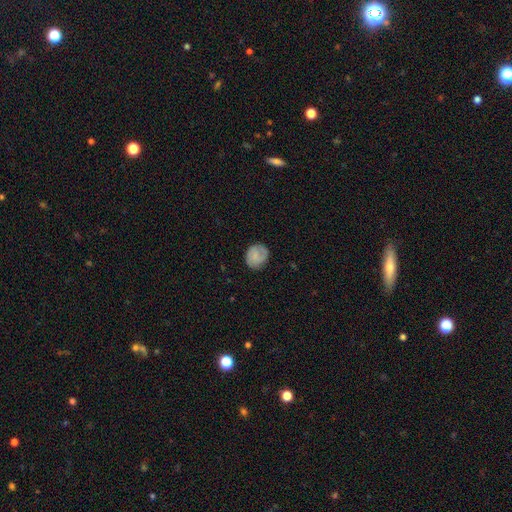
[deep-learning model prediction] Smooth or featured?
  - smooth: 59% *
  - featured or disk: 34%
  - star or artifact: 8%
How rounded?
  - round: 71% *
  - in between: 28%
  - cigar-shaped: 1%
Merging?
  - none: 79% *
  - minor disturbance: 15%
  - major disturbance: 4%
  - merger: 1%